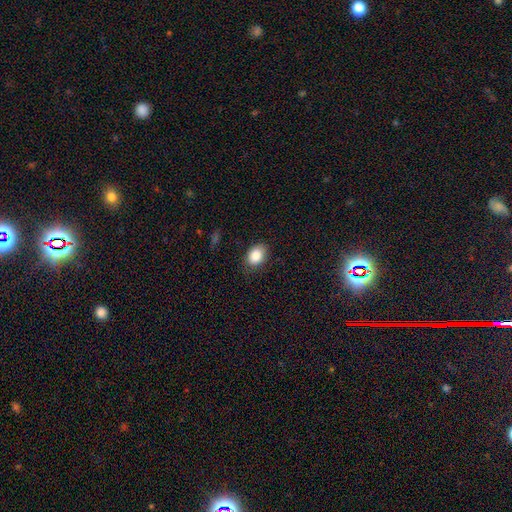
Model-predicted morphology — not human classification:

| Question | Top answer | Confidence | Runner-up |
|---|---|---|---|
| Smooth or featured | smooth | 86% | star or artifact (8%) |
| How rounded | in between | 74% | round (25%) |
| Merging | none | 80% | minor disturbance (15%) |